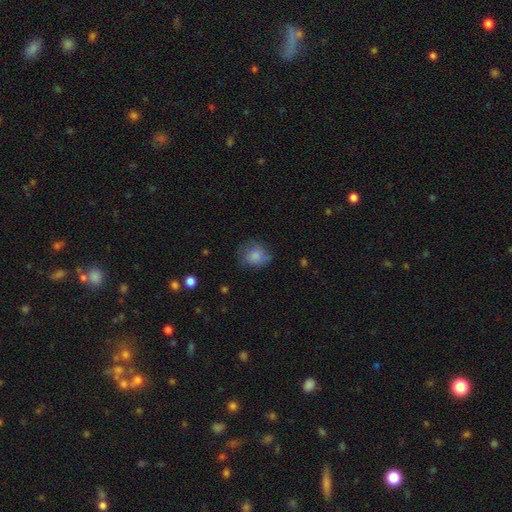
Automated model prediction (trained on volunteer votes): The model was most divided on "merging": none: 59%, minor disturbance: 26%, major disturbance: 14%, merger: 2%. More confident: smooth or featured — smooth (70%); how rounded — round (67%).